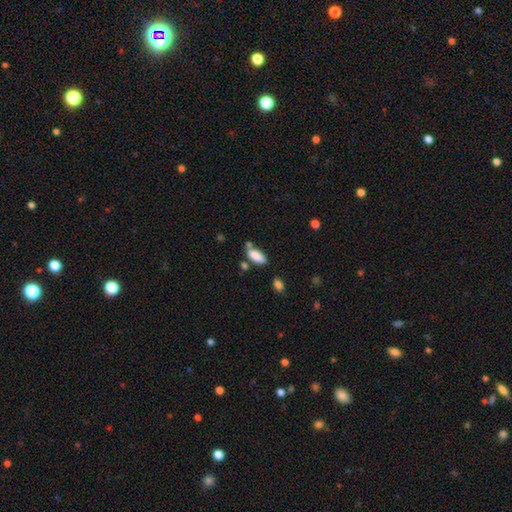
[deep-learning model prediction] This appears to be a smooth galaxy with no disk features (86%) that is in between round and cigar-shaped (82%). Merging: none (62%).